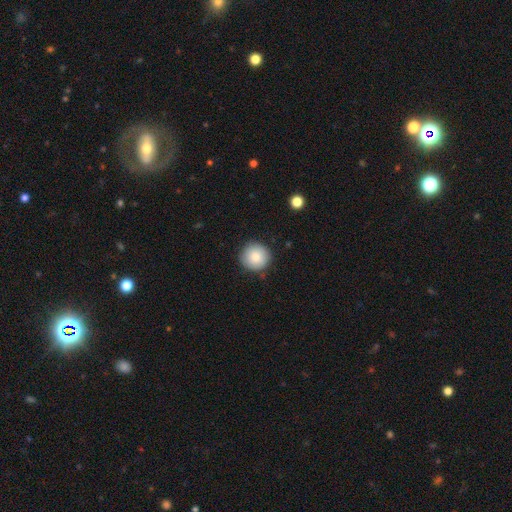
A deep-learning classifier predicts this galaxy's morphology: type=smooth (84%); roundness=round (95%); merging=none (87%).